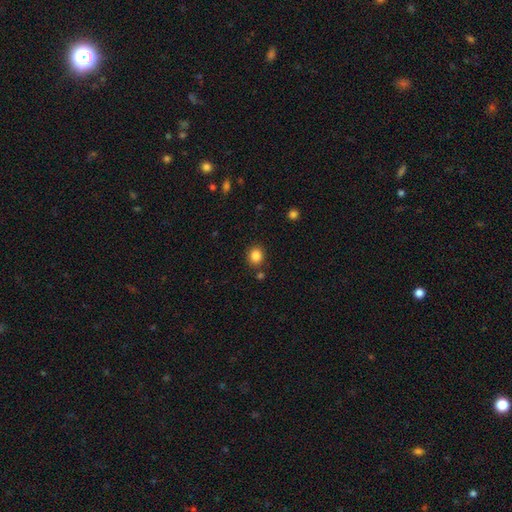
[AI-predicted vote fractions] The model was most divided on "how rounded": round: 74%, in between: 25%, cigar-shaped: 1%. More confident: smooth or featured — smooth (86%); merging — none (84%).